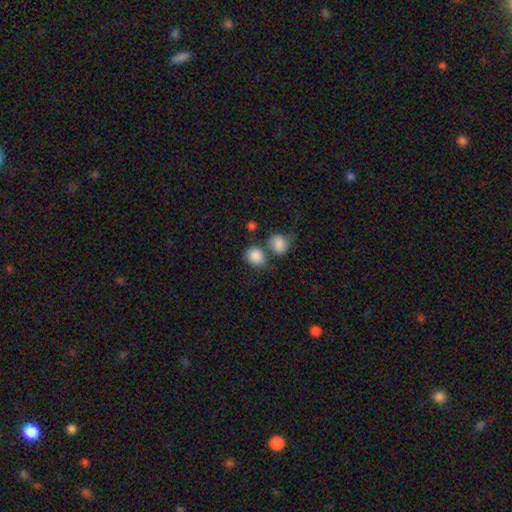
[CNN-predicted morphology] smooth-or-featured: smooth: 87% | star or artifact: 9% | featured or disk: 5%
  how-rounded: round: 61% | in between: 38% | cigar-shaped: 1%
  merging: none: 56% | merger: 26% | minor disturbance: 13% | major disturbance: 5%